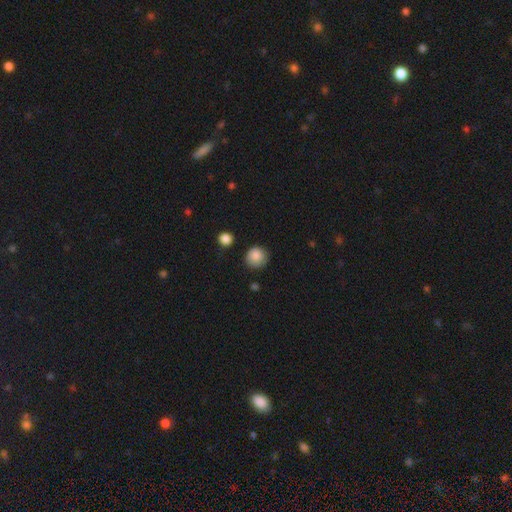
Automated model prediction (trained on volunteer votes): Smooth or featured? Predicted: smooth (p=0.86). How rounded? Predicted: round (p=0.87). Merging? Predicted: none (p=0.77).